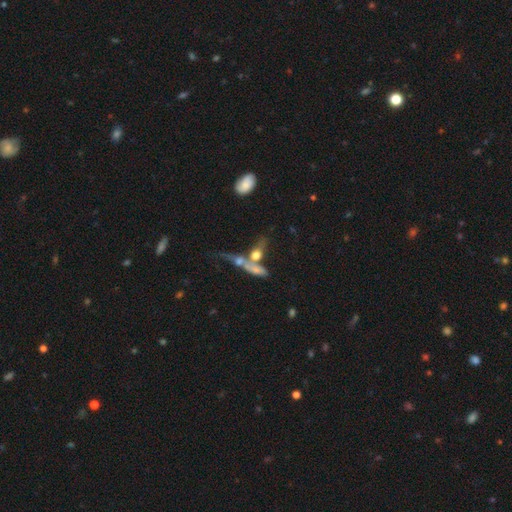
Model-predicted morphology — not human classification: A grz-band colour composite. It shows a smooth galaxy with no disk features (52%) that is in between round and cigar-shaped (52%). Merging: merger (56%).